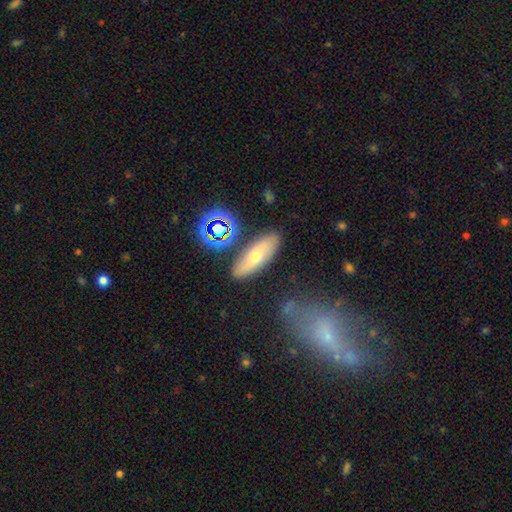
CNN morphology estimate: The model was most divided on "smooth or featured": smooth: 50%, featured or disk: 38%, star or artifact: 12%. More confident: merging — none (78%).